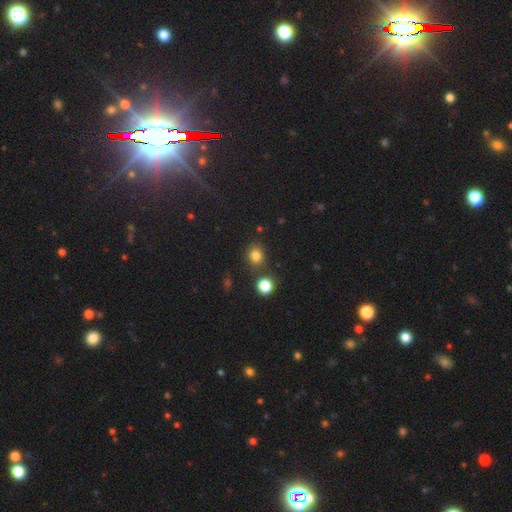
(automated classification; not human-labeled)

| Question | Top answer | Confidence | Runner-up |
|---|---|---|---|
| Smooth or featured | smooth | 80% | star or artifact (15%) |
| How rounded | round | 65% | in between (34%) |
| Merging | none | 76% | minor disturbance (11%) |